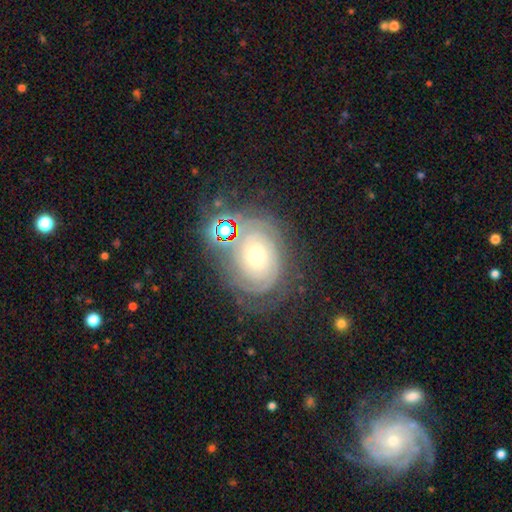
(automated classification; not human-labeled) Overall: featured or disk (77%). Edge-on disk: no (96%). Bar: no (79%). Spiral arms: yes (93%). Spiral arm count: can't tell (38%; 2 25%). Spiral winding: tight (82%). Bulge size: moderate (54%; small 40%). Merging: none (70%).